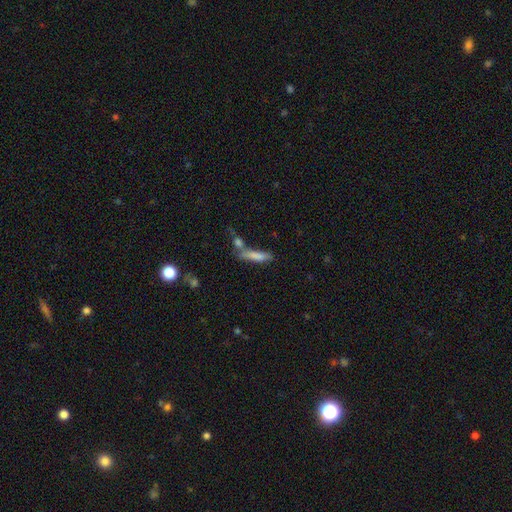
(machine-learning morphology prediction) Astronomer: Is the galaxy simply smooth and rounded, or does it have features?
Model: smooth — 74%.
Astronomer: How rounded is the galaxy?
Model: cigar-shaped — 78%.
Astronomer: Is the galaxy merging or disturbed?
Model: none — 48% (runner-up: merger, 30%).